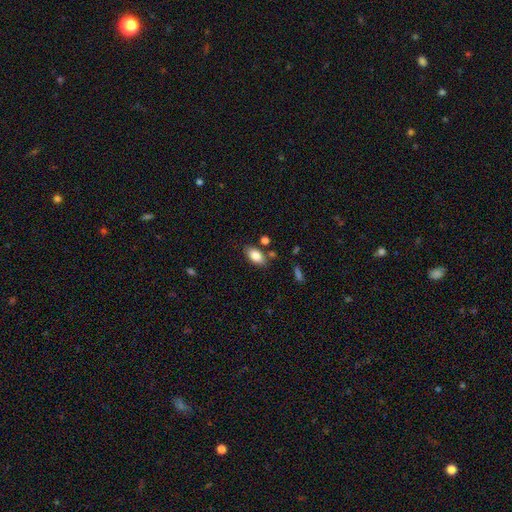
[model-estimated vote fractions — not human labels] smooth-or-featured: smooth: 84% | featured or disk: 8% | star or artifact: 8%
  how-rounded: in between: 91% | round: 6% | cigar-shaped: 3%
  merging: none: 78% | minor disturbance: 12% | merger: 6% | major disturbance: 3%